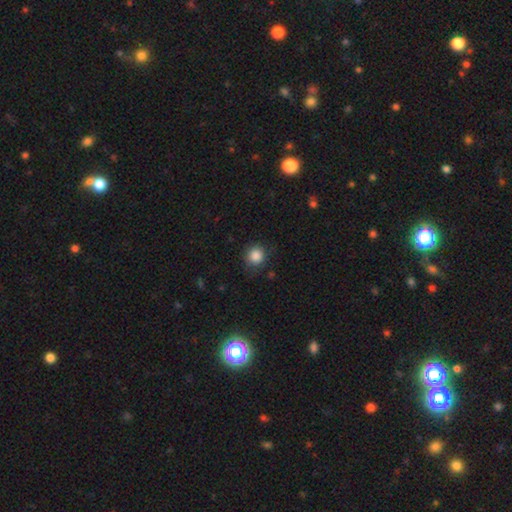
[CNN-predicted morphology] smooth 86%, star or artifact 10%, featured or disk 4%. Down the decision tree: how rounded — round (91%); merging — none (84%).